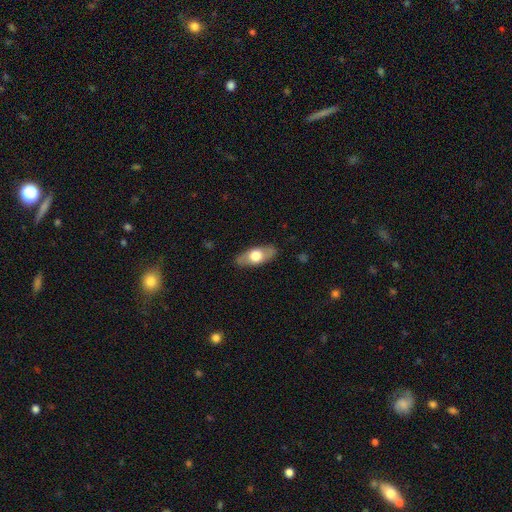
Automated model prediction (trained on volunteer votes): Q: Smooth or featured?
A: smooth (57%); runner-up: featured or disk (38%)
Q: How rounded?
A: in between (81%); runner-up: cigar-shaped (14%)
Q: Merging?
A: none (84%); runner-up: minor disturbance (12%)